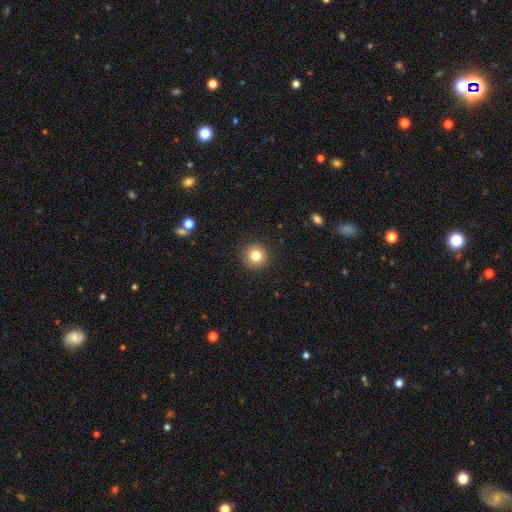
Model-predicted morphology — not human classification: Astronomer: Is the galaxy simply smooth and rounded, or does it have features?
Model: smooth — 81%.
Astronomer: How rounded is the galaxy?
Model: round — 95%.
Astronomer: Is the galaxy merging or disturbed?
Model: none — 92%.